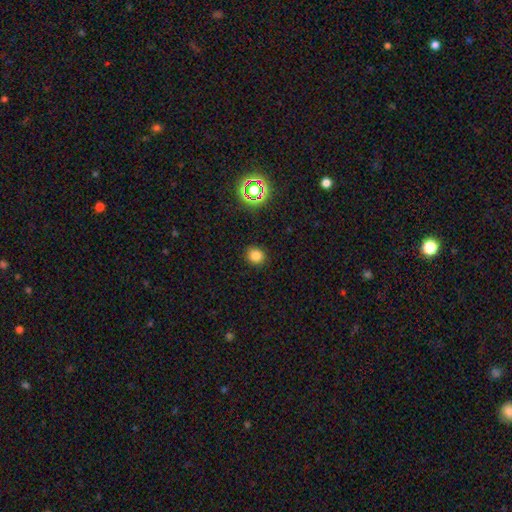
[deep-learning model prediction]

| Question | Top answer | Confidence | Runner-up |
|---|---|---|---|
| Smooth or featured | smooth | 79% | star or artifact (16%) |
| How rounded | round | 79% | in between (20%) |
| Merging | none | 90% | minor disturbance (7%) |